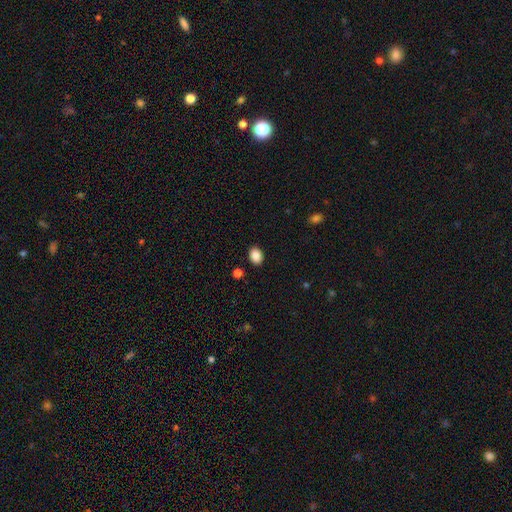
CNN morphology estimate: Smooth or featured: smooth — 88% (star or artifact — 8%)
How rounded: in between — 67% (round — 32%)
Merging: none — 89% (minor disturbance — 7%)